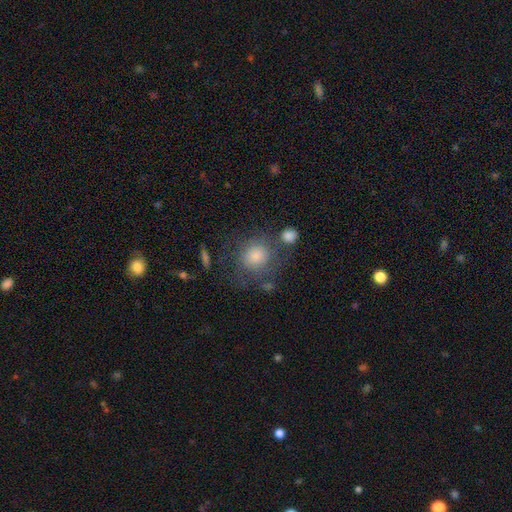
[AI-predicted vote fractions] The model was most divided on "merging": none: 60%, minor disturbance: 17%, major disturbance: 11%, merger: 11%. More confident: how rounded — round (83%); smooth or featured — smooth (70%).